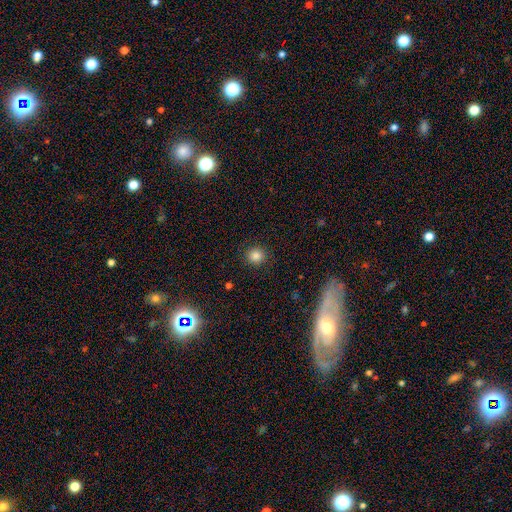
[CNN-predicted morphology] smooth_or_featured: smooth (p=0.84) [alt: star or artifact p=0.12]
how_rounded: round (p=0.91) [alt: in between p=0.08]
merging: none (p=0.91) [alt: minor disturbance p=0.06]